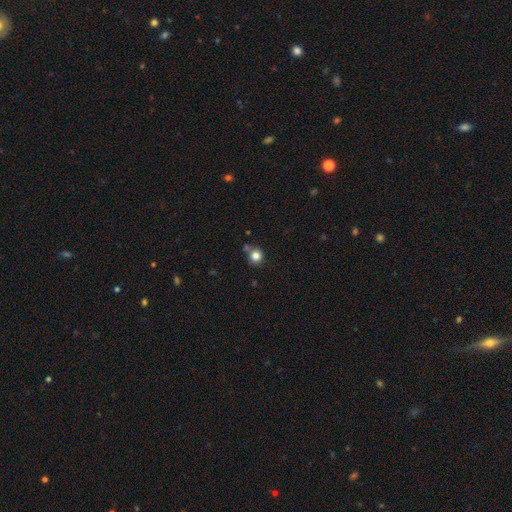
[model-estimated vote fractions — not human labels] smooth 83%, star or artifact 11%, featured or disk 6%. Down the decision tree: how rounded — round (89%); merging — none (72%).